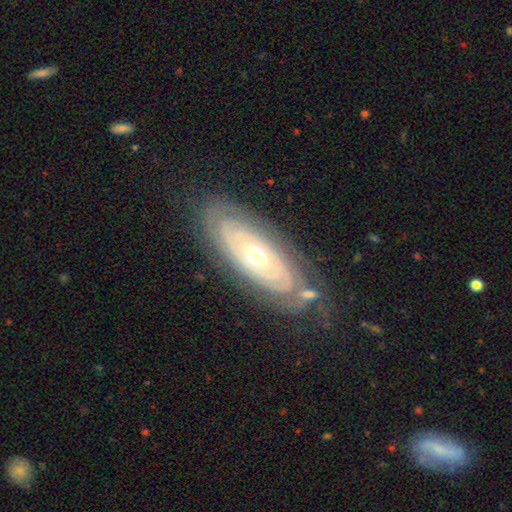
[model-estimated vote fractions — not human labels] featured or disk 79%, smooth 15%, star or artifact 6%. Down the decision tree: edge-on disk — no (89%); bar — no (85%); spiral arms — yes (74%); spiral arm count — can't tell (57%); spiral winding — tight (82%); bulge size — moderate (52%); merging — none (74%).